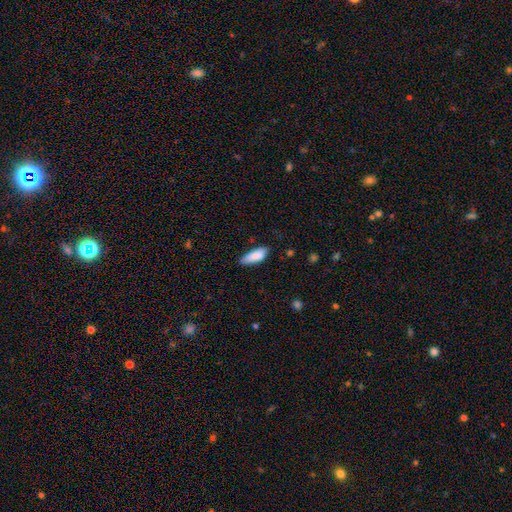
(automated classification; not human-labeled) A smooth galaxy with no disk features (87%) that is in between round and cigar-shaped (67%).

Vote fractions:
- Smooth or featured? smooth: 87% / featured or disk: 7% / star or artifact: 6%
- How rounded? in between: 67% / cigar-shaped: 32% / round: 2%
- Merging? none: 72% / minor disturbance: 23% / major disturbance: 4% / merger: 2%